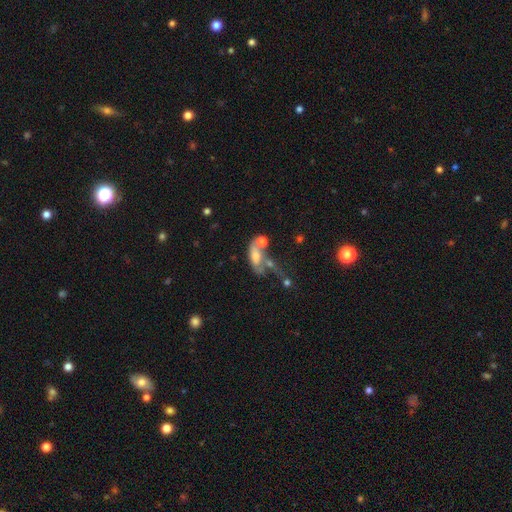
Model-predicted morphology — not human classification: A smooth galaxy with no disk features (55%) that is in between round and cigar-shaped (76%). Merging: merger (40%).